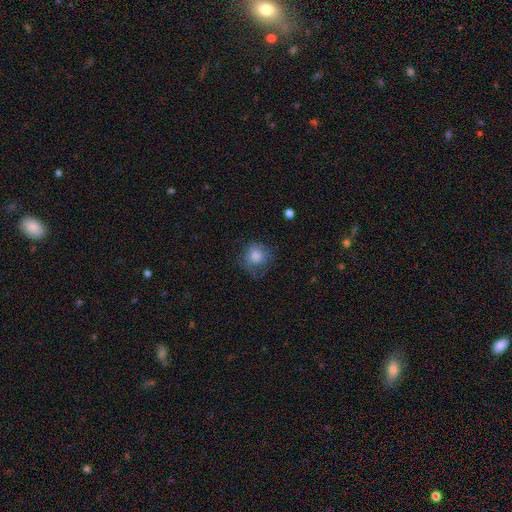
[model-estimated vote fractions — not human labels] Q: Smooth or featured?
A: smooth (75%); runner-up: featured or disk (16%)
Q: How rounded?
A: round (83%); runner-up: in between (16%)
Q: Merging?
A: none (61%); runner-up: minor disturbance (25%)